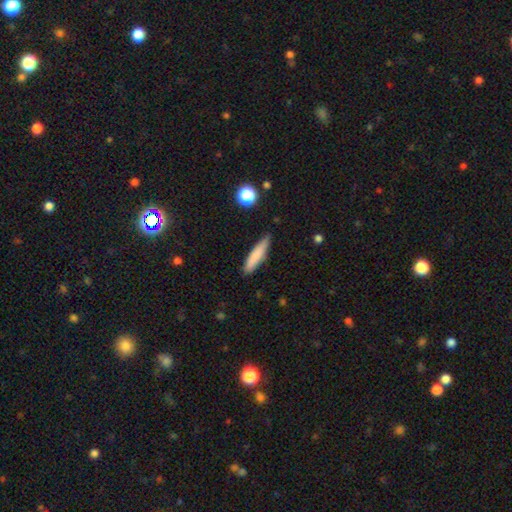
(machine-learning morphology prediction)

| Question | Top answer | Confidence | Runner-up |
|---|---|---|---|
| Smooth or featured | smooth | 79% | featured or disk (14%) |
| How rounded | cigar-shaped | 84% | in between (15%) |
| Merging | none | 79% | minor disturbance (17%) |